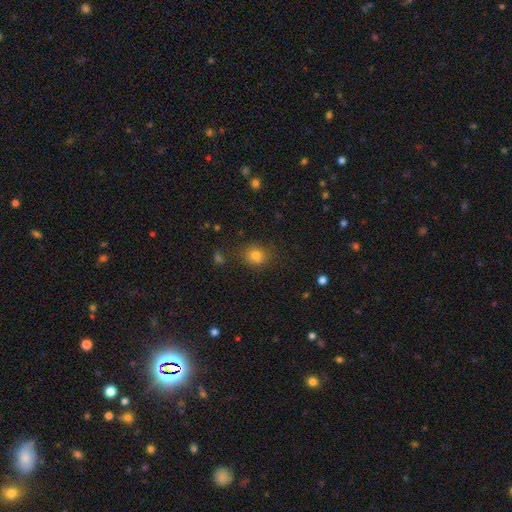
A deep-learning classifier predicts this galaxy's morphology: Smooth or featured? Predicted: smooth (p=0.79). How rounded? Predicted: round (p=0.70). Merging? Predicted: none (p=0.80).